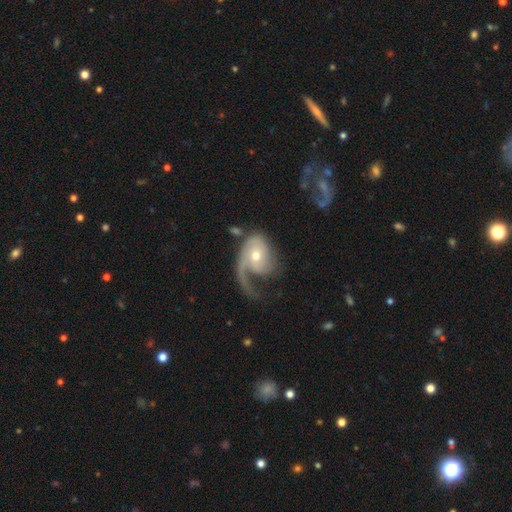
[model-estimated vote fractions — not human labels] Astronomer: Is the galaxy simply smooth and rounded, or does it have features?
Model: featured or disk — 75%.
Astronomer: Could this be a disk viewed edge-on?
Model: no — 97%.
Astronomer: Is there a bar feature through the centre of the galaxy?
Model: no — 70%.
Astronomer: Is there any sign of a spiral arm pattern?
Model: yes — 88%.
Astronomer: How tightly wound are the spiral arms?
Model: loose — 52% (runner-up: medium, 31%).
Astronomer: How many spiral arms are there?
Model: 1 — 75%.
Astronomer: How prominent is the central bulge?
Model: moderate — 56% (runner-up: small, 39%).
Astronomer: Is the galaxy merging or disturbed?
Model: major disturbance — 48% (runner-up: none, 29%).